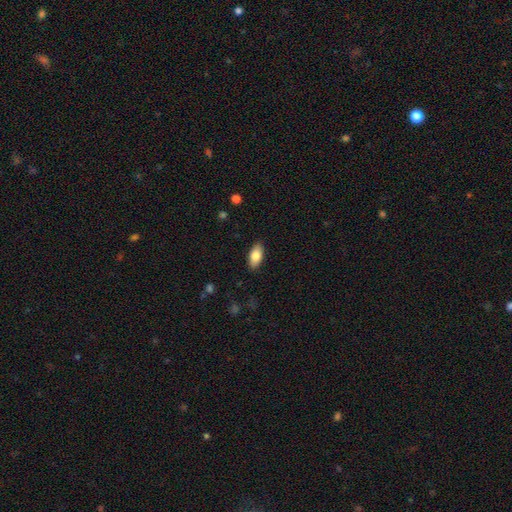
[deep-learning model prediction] smooth_or_featured: smooth (p=0.81) [alt: featured or disk p=0.13]
how_rounded: in between (p=0.91) [alt: cigar-shaped p=0.07]
merging: none (p=0.89) [alt: minor disturbance p=0.09]